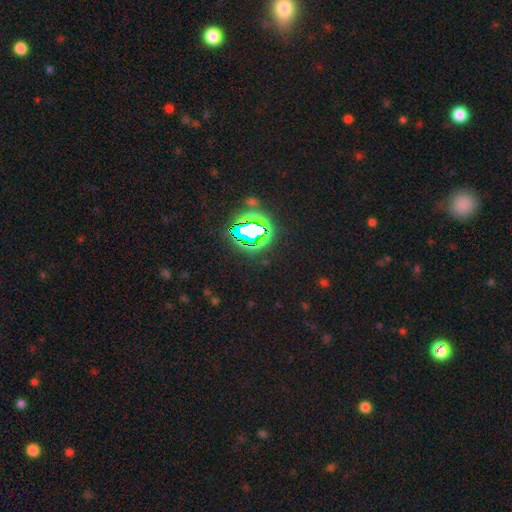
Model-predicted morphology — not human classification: This appears to be a star or artifact, not a galaxy (79%).